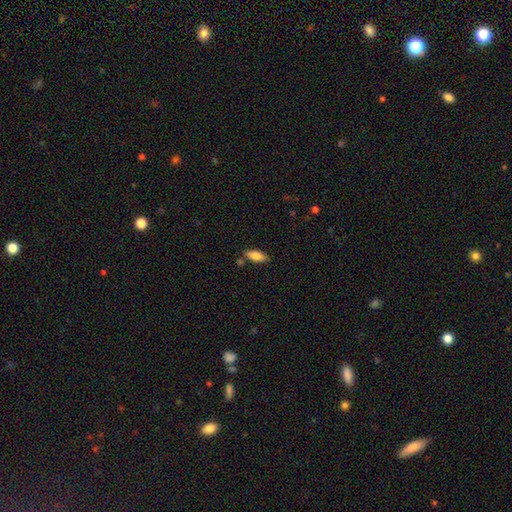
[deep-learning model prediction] smooth_or_featured: smooth (p=0.82) [alt: featured or disk p=0.12]
how_rounded: in between (p=0.75) [alt: cigar-shaped p=0.23]
merging: none (p=0.79) [alt: minor disturbance p=0.13]